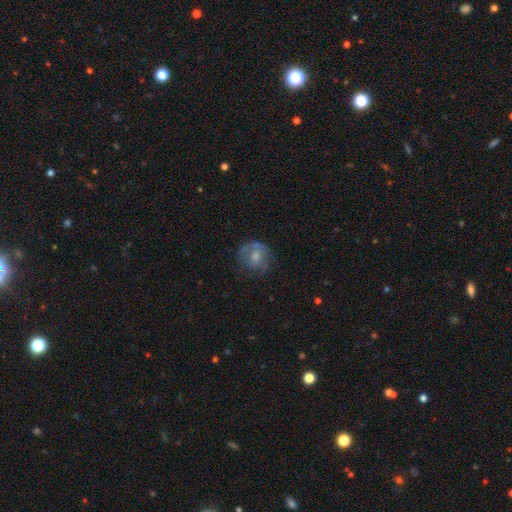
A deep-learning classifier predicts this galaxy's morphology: This is possibly a smooth galaxy (50%). How rounded: likely round (76%). Merging: possibly none (53%).